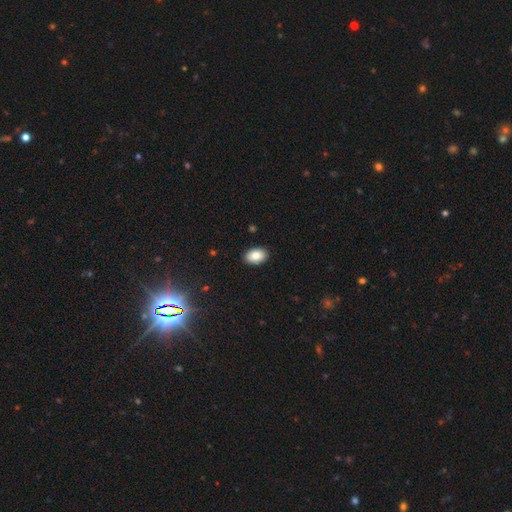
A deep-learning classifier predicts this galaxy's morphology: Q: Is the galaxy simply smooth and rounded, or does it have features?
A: smooth — 85%.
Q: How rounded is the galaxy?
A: in between — 88%.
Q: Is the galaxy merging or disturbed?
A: none — 90%.